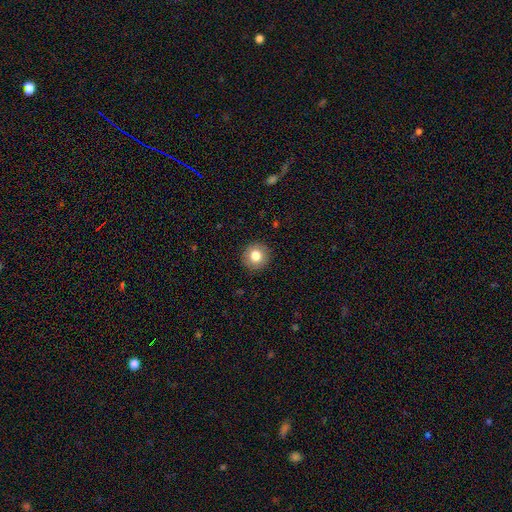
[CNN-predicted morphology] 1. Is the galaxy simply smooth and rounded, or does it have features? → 81% smooth, 10% star or artifact, 10% featured or disk.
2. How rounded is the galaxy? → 95% round, 5% in between, 1% cigar-shaped.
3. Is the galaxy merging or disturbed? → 92% none, 5% minor disturbance, 2% major disturbance, 1% merger.